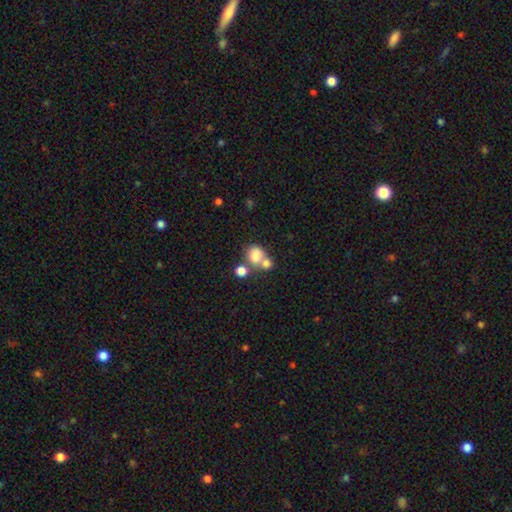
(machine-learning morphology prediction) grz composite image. It shows a smooth galaxy with no disk features (77%) that is round (71%). Merging: merger (47%).